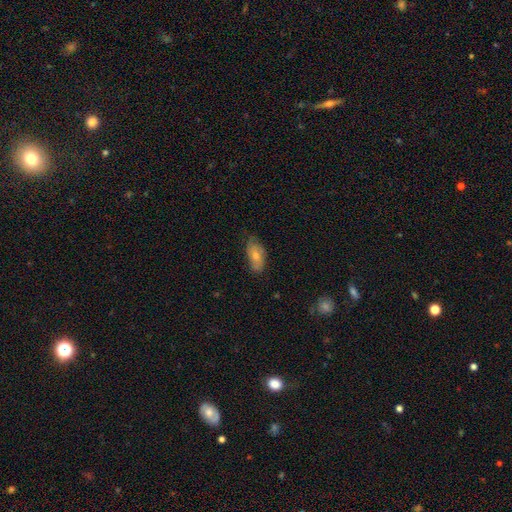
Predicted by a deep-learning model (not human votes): Smooth or featured: smooth — 65% (featured or disk — 28%)
How rounded: in between — 90% (cigar-shaped — 6%)
Merging: none — 67% (minor disturbance — 26%)